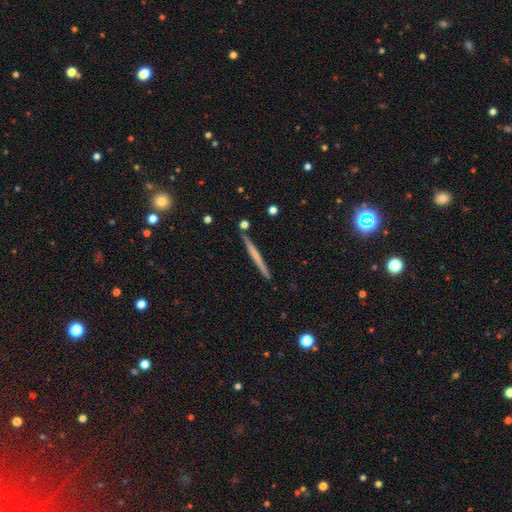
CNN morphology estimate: Overall: featured or disk (49%; smooth 45%). Merging: none (90%).